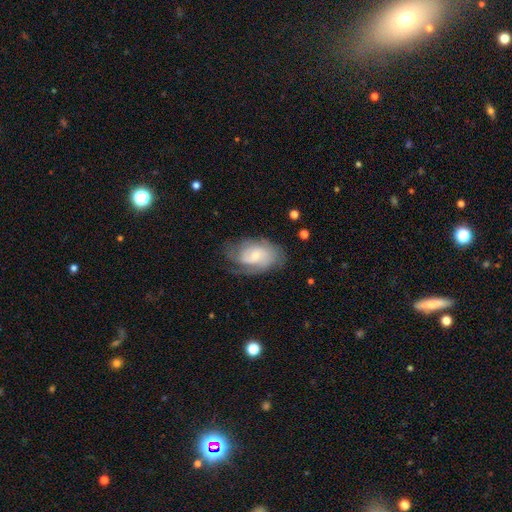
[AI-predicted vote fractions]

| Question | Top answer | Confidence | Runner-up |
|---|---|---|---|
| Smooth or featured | featured or disk | 70% | smooth (24%) |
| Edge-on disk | no | 96% | yes (4%) |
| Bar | no | 58% | weak (37%) |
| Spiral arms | yes | 87% | no (13%) |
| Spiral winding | tight | 47% | medium (38%) |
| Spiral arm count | can't tell | 39% | 2 (33%) |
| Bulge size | small | 59% | moderate (34%) |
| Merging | none | 57% | minor disturbance (26%) |